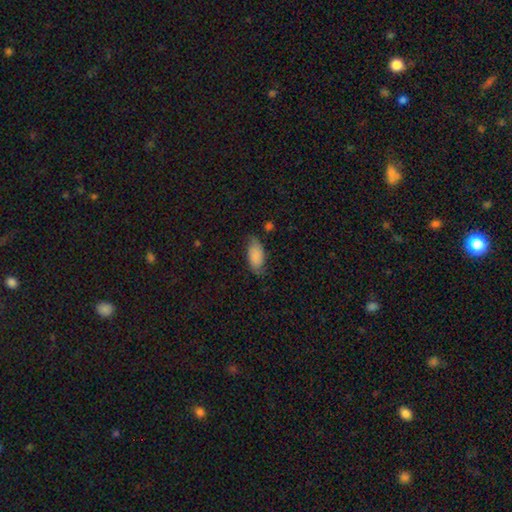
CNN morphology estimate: A smooth galaxy with no disk features (81%) that is in between round and cigar-shaped (93%).

Vote fractions:
- Smooth or featured? smooth: 81% / featured or disk: 12% / star or artifact: 7%
- How rounded? in between: 93% / cigar-shaped: 5% / round: 2%
- Merging? none: 66% / minor disturbance: 26% / major disturbance: 6% / merger: 2%